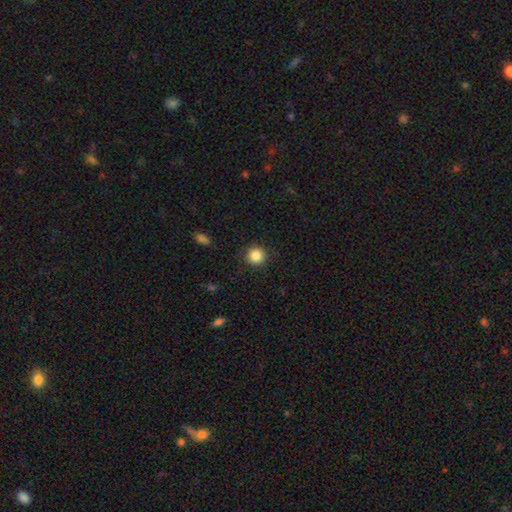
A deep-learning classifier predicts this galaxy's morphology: Smooth or featured?
  - smooth: 86% *
  - star or artifact: 10%
  - featured or disk: 4%
How rounded?
  - round: 94% *
  - in between: 5%
  - cigar-shaped: 1%
Merging?
  - none: 91% *
  - minor disturbance: 6%
  - major disturbance: 2%
  - merger: 1%